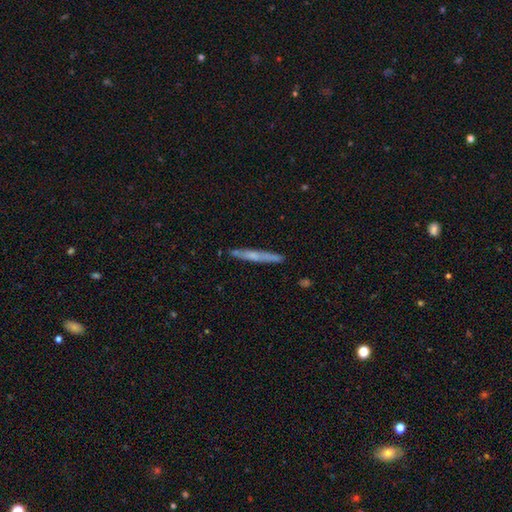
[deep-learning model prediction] Smooth or featured?
  - featured or disk: 53% *
  - smooth: 41%
  - star or artifact: 7%
Edge-on disk?
  - yes: 95% *
  - no: 5%
Merging?
  - none: 88% *
  - minor disturbance: 9%
  - major disturbance: 2%
  - merger: 1%